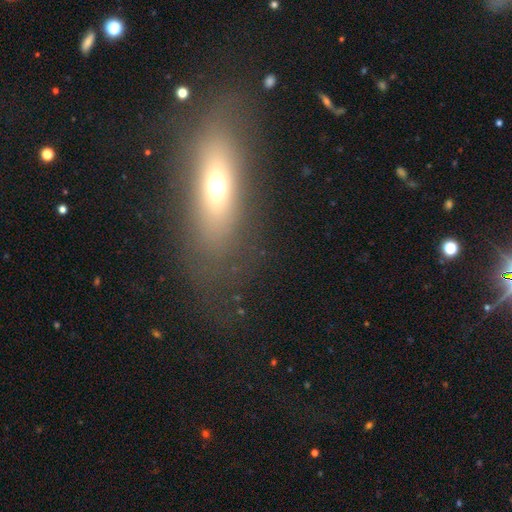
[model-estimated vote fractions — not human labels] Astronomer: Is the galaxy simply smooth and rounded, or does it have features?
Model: smooth — 51% (runner-up: featured or disk, 33%).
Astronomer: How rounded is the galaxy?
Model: in between — 56% (runner-up: cigar-shaped, 37%).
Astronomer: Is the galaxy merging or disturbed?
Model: none — 75%.